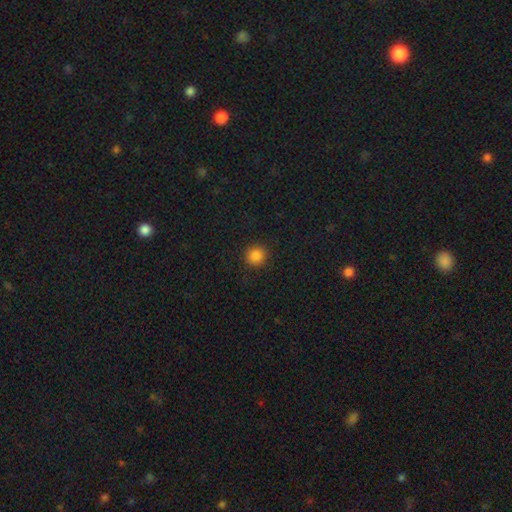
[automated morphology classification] Smooth or featured: smooth — 85% (star or artifact — 11%)
How rounded: round — 91% (in between — 8%)
Merging: none — 91% (minor disturbance — 6%)